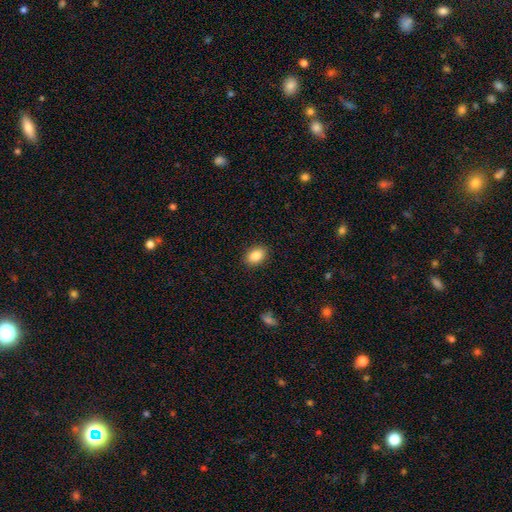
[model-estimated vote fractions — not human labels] This is clearly a smooth galaxy (86%). How rounded: likely in between (78%). Merging: clearly none (90%).